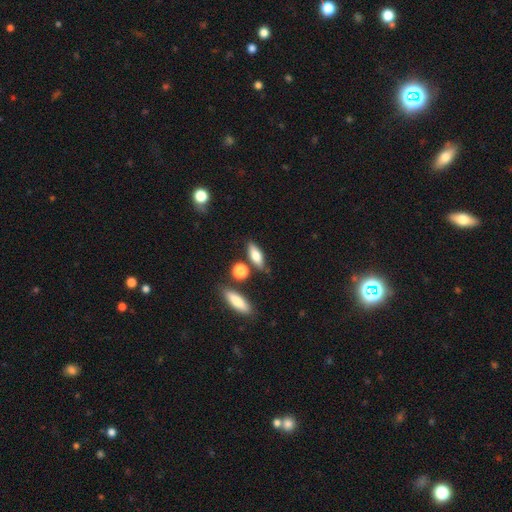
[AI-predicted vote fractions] Q: Smooth or featured?
A: smooth (75%); runner-up: featured or disk (17%)
Q: How rounded?
A: in between (67%); runner-up: cigar-shaped (27%)
Q: Merging?
A: none (73%); runner-up: minor disturbance (14%)